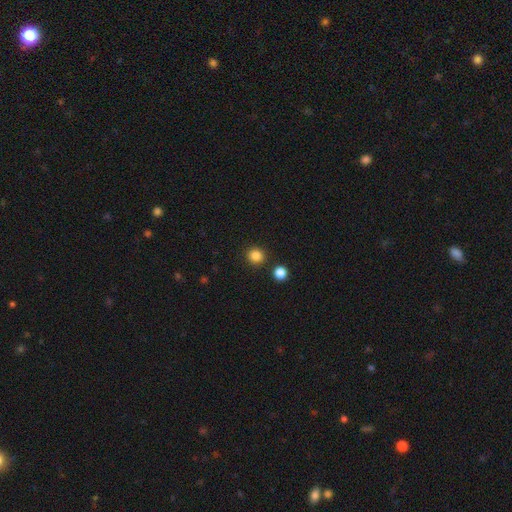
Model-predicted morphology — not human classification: Smooth or featured? smooth (85%)
How rounded? round (93%)
Merging? none (89%)